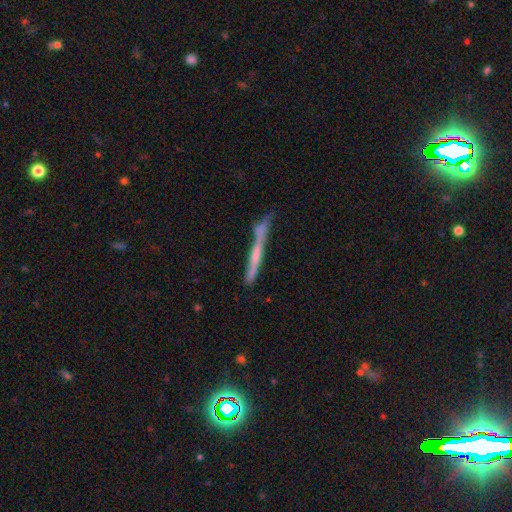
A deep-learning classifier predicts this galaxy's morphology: smooth_or_featured: featured or disk (p=0.53) [alt: smooth p=0.41]
disk_edge_on: yes (p=0.93) [alt: no p=0.07]
merging: none (p=0.58) [alt: merger p=0.20]